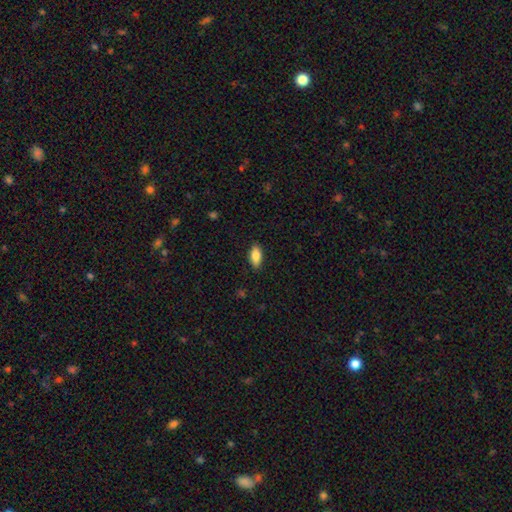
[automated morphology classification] Overall: smooth (85%). How rounded: in between (88%). Merging: none (87%).